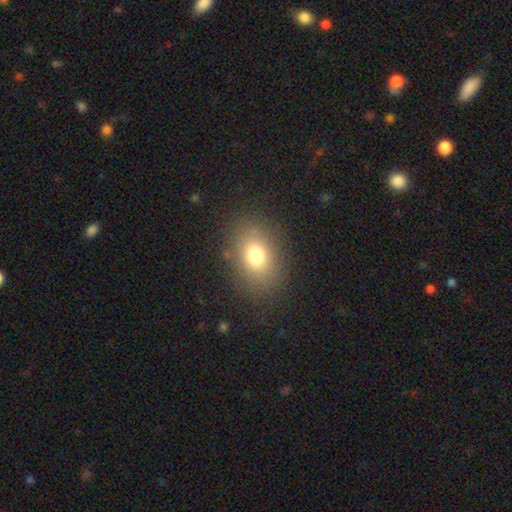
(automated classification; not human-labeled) This is likely a smooth galaxy (75%). How rounded: likely in between (72%). Merging: clearly none (83%).